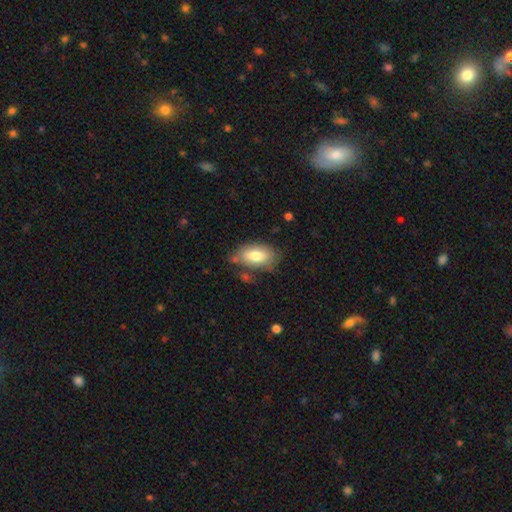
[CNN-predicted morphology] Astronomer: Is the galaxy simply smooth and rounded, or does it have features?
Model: smooth — 77%.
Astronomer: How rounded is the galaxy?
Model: in between — 92%.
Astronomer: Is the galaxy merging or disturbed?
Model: none — 67%.